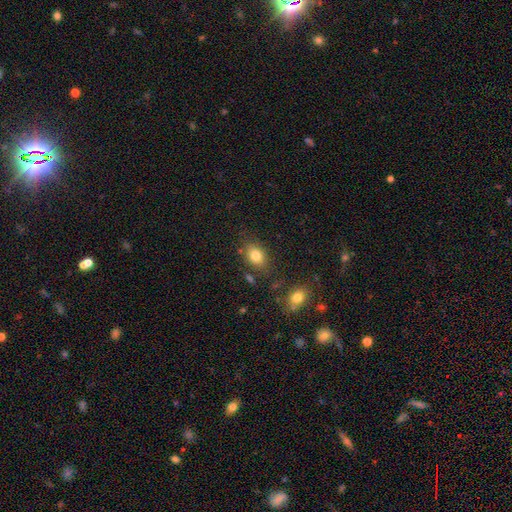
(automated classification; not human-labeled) Smooth or featured: smooth — 81% (star or artifact — 10%)
How rounded: in between — 76% (round — 23%)
Merging: none — 77% (minor disturbance — 14%)